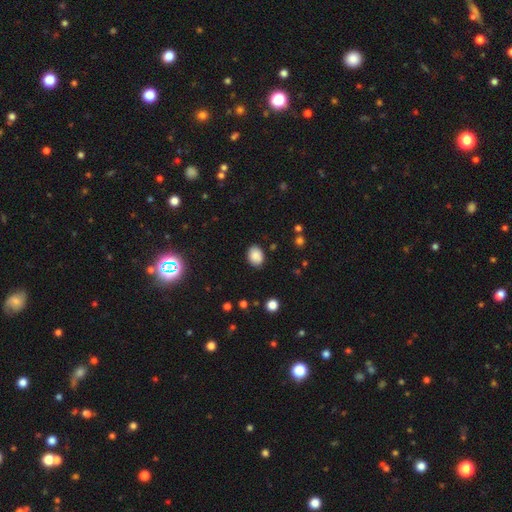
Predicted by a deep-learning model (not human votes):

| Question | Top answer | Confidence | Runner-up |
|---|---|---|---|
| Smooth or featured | smooth | 87% | star or artifact (9%) |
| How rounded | in between | 67% | round (32%) |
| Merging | none | 86% | minor disturbance (10%) |